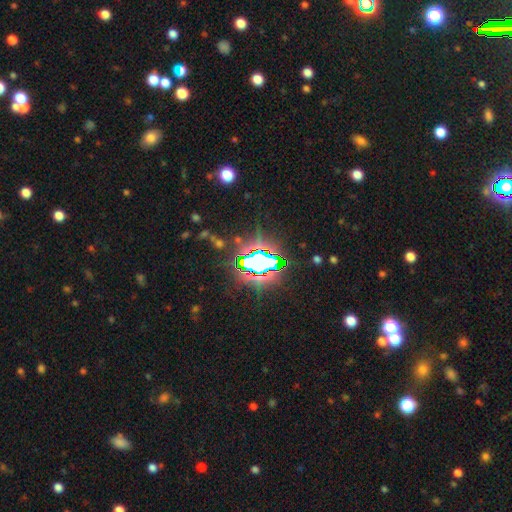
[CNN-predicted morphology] Smooth or featured?
  - star or artifact: 81% *
  - smooth: 10%
  - featured or disk: 9%